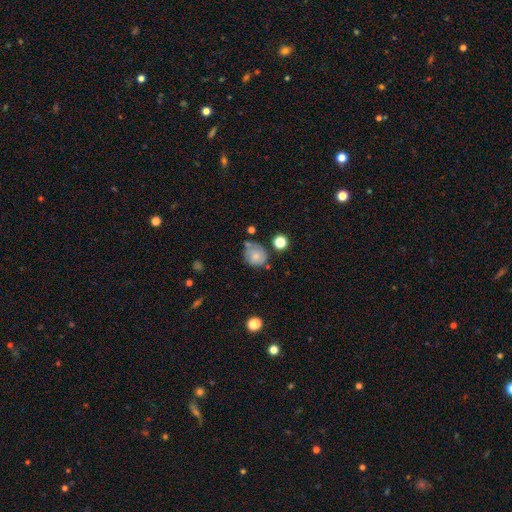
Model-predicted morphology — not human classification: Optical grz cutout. It shows a smooth galaxy with no disk features (66%) that is round (73%). Merging: none (53%).